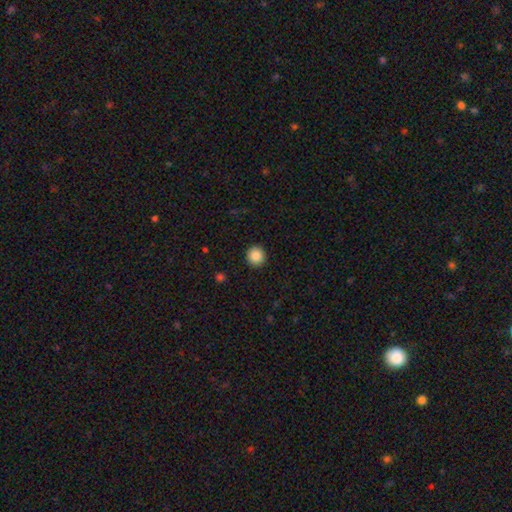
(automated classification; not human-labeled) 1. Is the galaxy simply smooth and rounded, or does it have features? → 87% smooth, 9% star or artifact, 4% featured or disk.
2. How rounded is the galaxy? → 95% round, 4% in between, 1% cigar-shaped.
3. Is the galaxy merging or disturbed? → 93% none, 5% minor disturbance, 2% major disturbance, 1% merger.